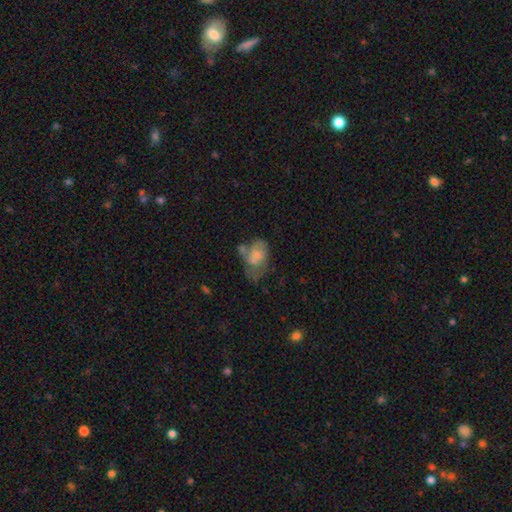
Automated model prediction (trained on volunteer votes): This appears to be a smooth galaxy with no disk features (55%) that is in between round and cigar-shaped (84%). Merging: major disturbance (32%).